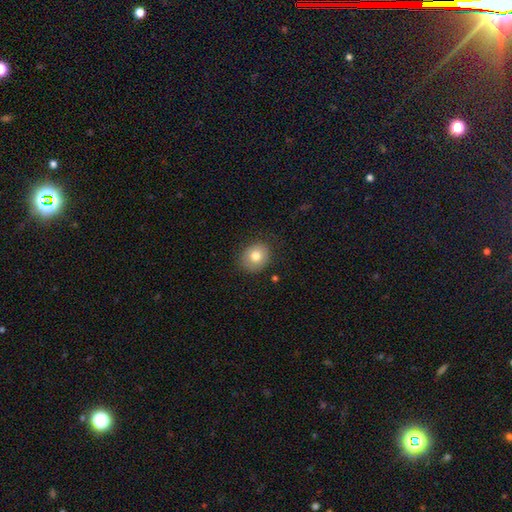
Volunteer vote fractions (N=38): Morphology: type=smooth (74%); roundness=round (82%); merging=none (97%).